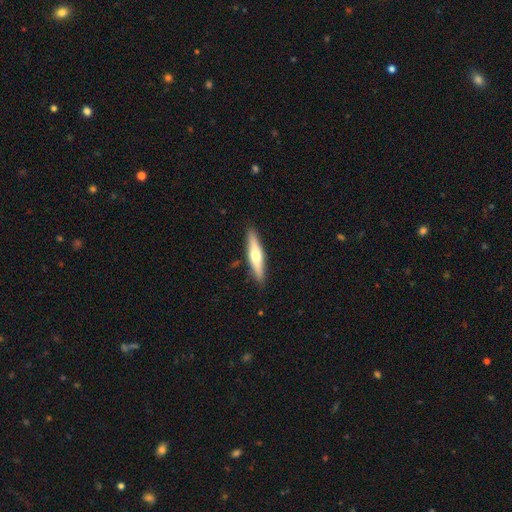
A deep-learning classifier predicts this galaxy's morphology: Q: Smooth or featured?
A: smooth (49%); runner-up: featured or disk (45%)
Q: Merging?
A: none (89%); runner-up: minor disturbance (8%)